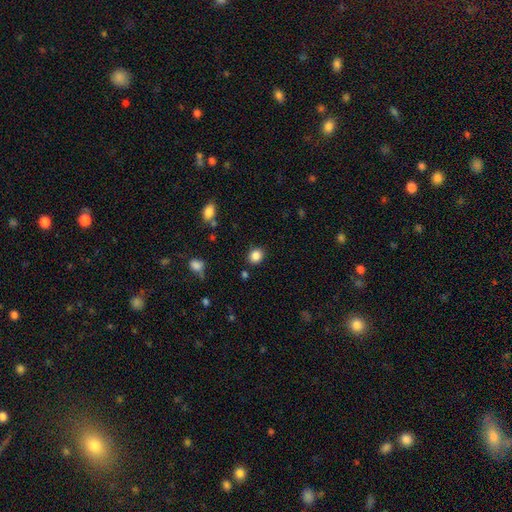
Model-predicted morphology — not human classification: Smooth or featured? smooth (86%)
How rounded? round (68%)
Merging? none (86%)